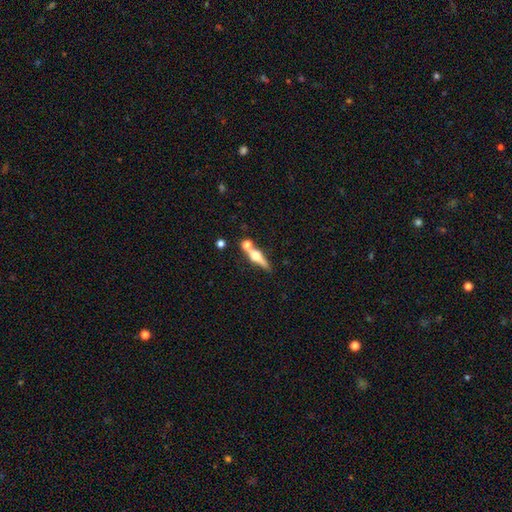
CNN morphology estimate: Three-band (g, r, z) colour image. It shows a featured or disk galaxy (59%) viewed edge-on (90%) with a rounded central bulge (95%). Merging: none (55%).